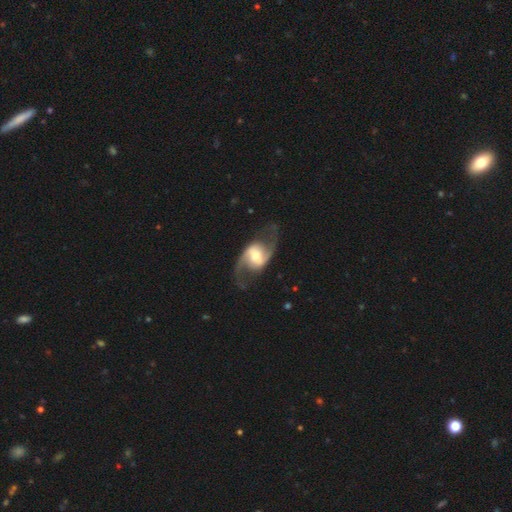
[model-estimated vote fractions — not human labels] The model was most divided on "bar": weak: 42%, strong: 34%, no: 24%. More confident: edge-on disk — no (96%); spiral arms — yes (95%); spiral arm count — 2 (93%); smooth or featured — featured or disk (87%); merging — none (75%); spiral winding — loose (57%); bulge size — moderate (53%).